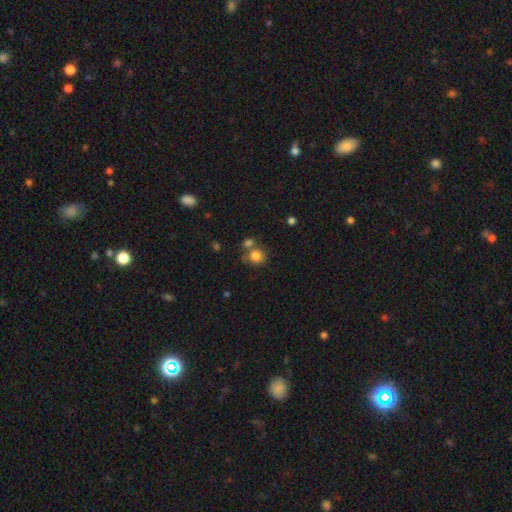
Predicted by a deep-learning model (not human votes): Smooth or featured? Predicted: smooth (p=0.82). How rounded? Predicted: round (p=0.85). Merging? Predicted: none (p=0.55).